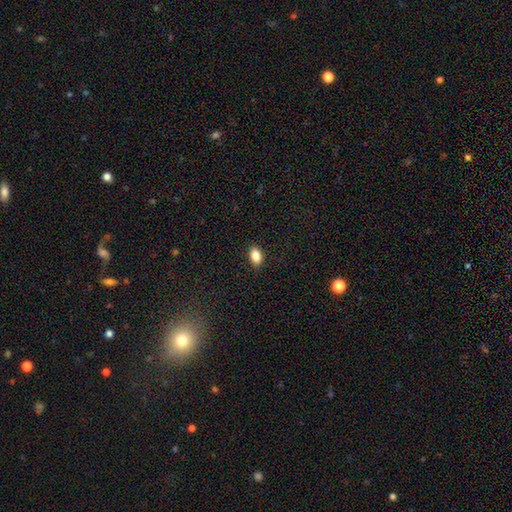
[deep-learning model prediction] Q: Smooth or featured?
A: smooth (87%); runner-up: star or artifact (9%)
Q: How rounded?
A: in between (89%); runner-up: round (9%)
Q: Merging?
A: none (88%); runner-up: minor disturbance (9%)